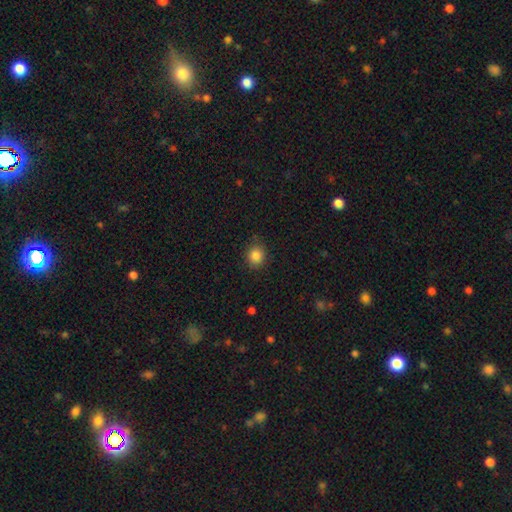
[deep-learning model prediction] Smooth or featured?
  - smooth: 85% *
  - star or artifact: 11%
  - featured or disk: 5%
How rounded?
  - round: 80% *
  - in between: 19%
  - cigar-shaped: 1%
Merging?
  - none: 85% *
  - minor disturbance: 11%
  - major disturbance: 3%
  - merger: 1%